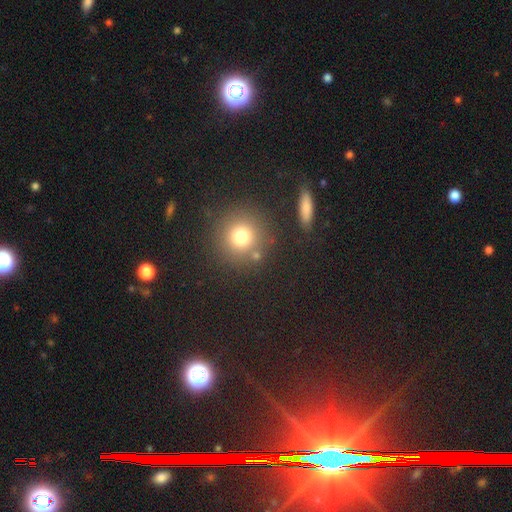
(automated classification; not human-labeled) Morphology: type=smooth (73%); roundness=round (91%); merging=none (82%).